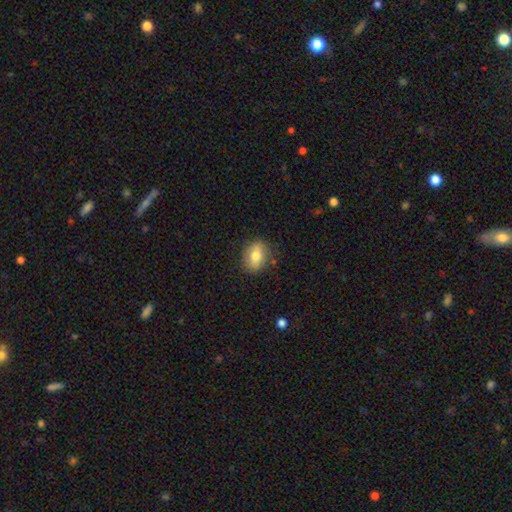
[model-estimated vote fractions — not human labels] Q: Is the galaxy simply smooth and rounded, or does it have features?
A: smooth — 72%.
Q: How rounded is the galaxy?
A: in between — 66%.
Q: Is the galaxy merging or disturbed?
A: none — 83%.